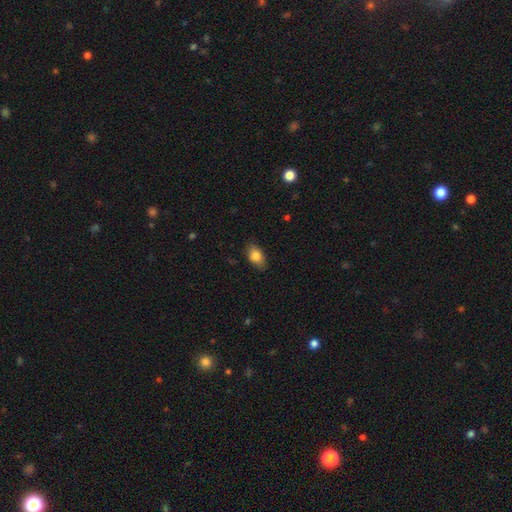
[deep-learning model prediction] This is clearly a smooth galaxy (83%). How rounded: clearly in between (89%). Merging: clearly none (83%).